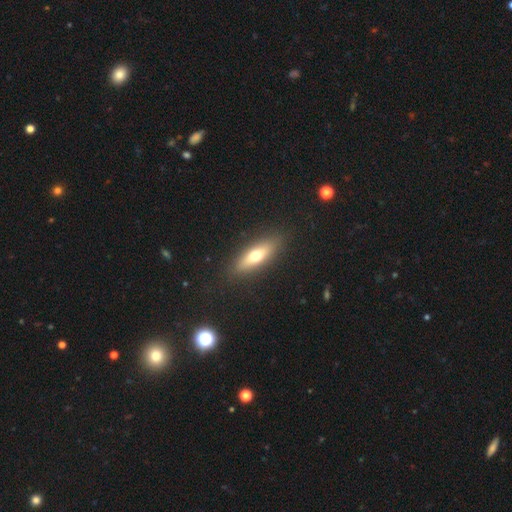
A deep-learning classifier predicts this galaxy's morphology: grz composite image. It shows a smooth galaxy with no disk features (59%) that is cigar-shaped (50%). Merging: none (88%).